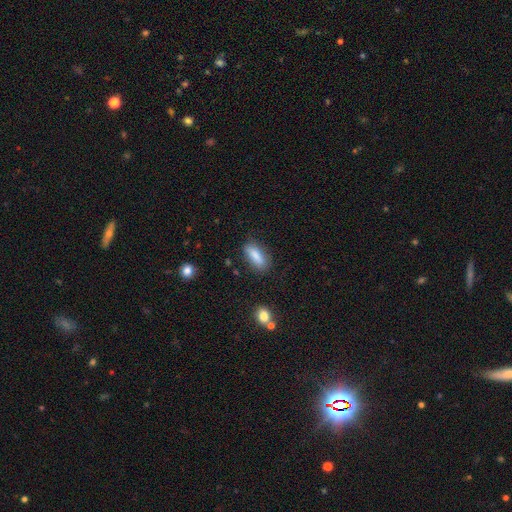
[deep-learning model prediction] Smooth or featured?
  - smooth: 83% *
  - featured or disk: 10%
  - star or artifact: 7%
How rounded?
  - in between: 64% *
  - cigar-shaped: 33%
  - round: 3%
Merging?
  - none: 80% *
  - minor disturbance: 14%
  - major disturbance: 4%
  - merger: 2%